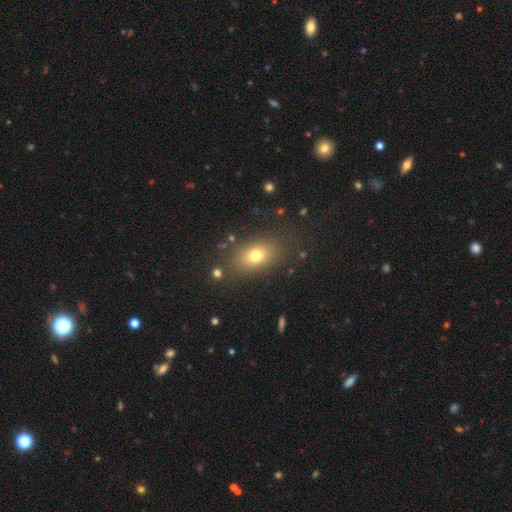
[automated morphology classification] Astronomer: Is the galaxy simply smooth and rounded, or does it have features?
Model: smooth — 74%.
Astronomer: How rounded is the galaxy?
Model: in between — 80%.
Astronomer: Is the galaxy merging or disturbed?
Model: none — 82%.